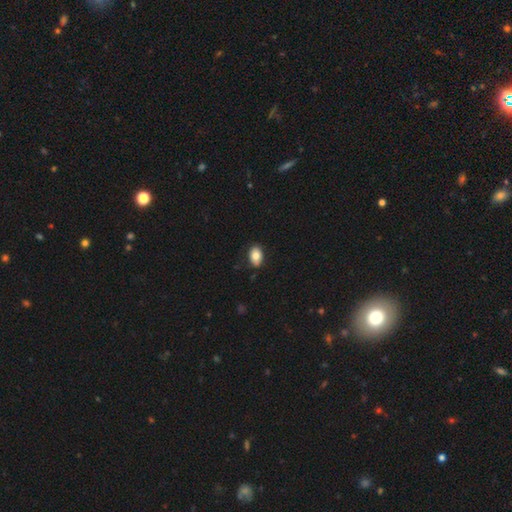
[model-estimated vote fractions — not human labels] A smooth galaxy with no disk features (81%) that is in between round and cigar-shaped (84%).

Vote fractions:
- Smooth or featured? smooth: 81% / featured or disk: 11% / star or artifact: 8%
- How rounded? in between: 84% / round: 14% / cigar-shaped: 1%
- Merging? none: 82% / minor disturbance: 14% / major disturbance: 2% / merger: 1%